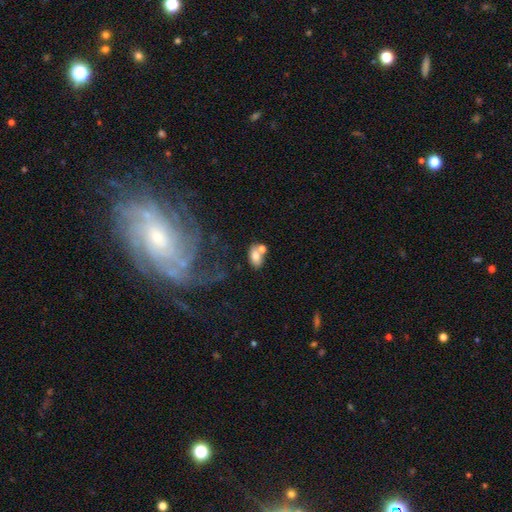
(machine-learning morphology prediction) Q: Smooth or featured?
A: smooth (74%); runner-up: featured or disk (16%)
Q: How rounded?
A: in between (85%); runner-up: round (13%)
Q: Merging?
A: none (43%); runner-up: merger (38%)